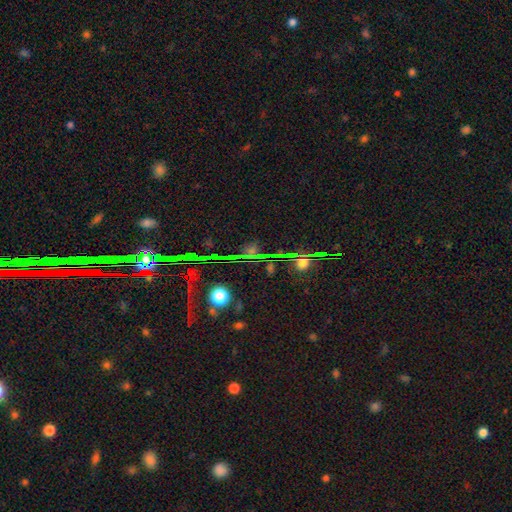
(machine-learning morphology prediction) star or artifact 66%, smooth 20%, featured or disk 14%.